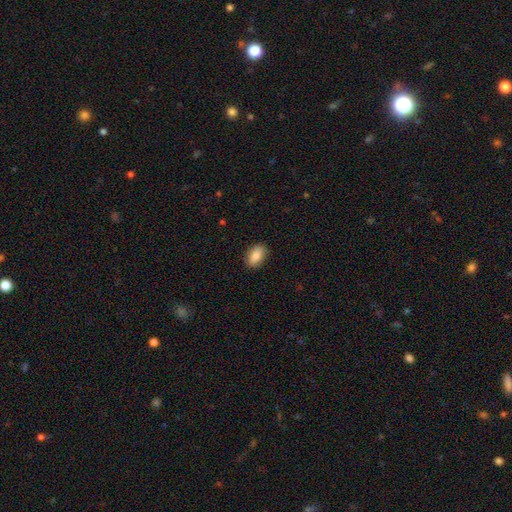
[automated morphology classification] The model was most divided on "smooth or featured": smooth: 83%, featured or disk: 10%, star or artifact: 7%. More confident: how rounded — in between (89%); merging — none (87%).